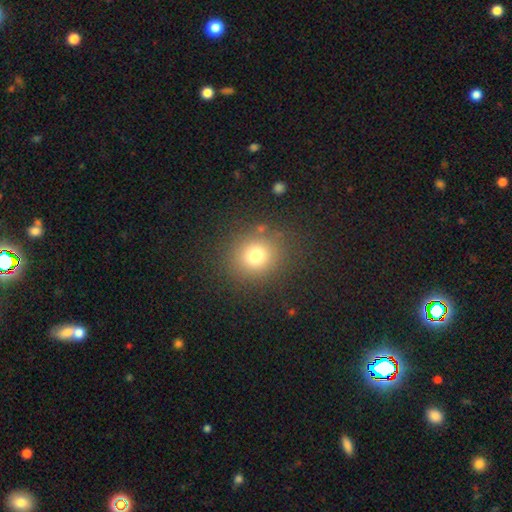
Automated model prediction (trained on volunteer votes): Smooth or featured?
  - smooth: 74% *
  - star or artifact: 17%
  - featured or disk: 10%
How rounded?
  - round: 87% *
  - in between: 12%
  - cigar-shaped: 1%
Merging?
  - none: 86% *
  - minor disturbance: 8%
  - major disturbance: 4%
  - merger: 2%